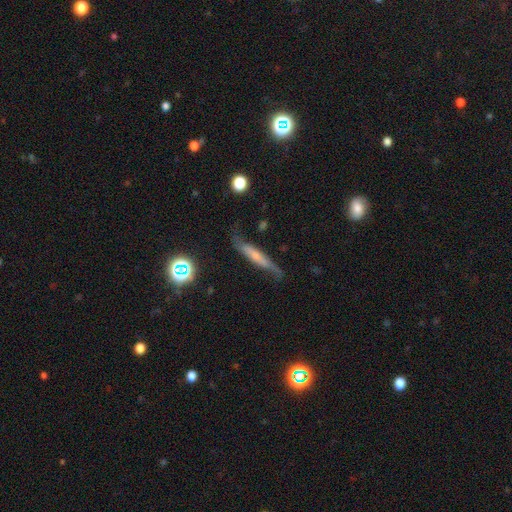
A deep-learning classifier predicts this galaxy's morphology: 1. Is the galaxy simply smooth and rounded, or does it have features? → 53% featured or disk, 37% smooth, 10% star or artifact.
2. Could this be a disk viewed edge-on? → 66% yes, 34% no.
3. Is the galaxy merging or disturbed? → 62% none, 26% minor disturbance, 9% major disturbance, 3% merger.